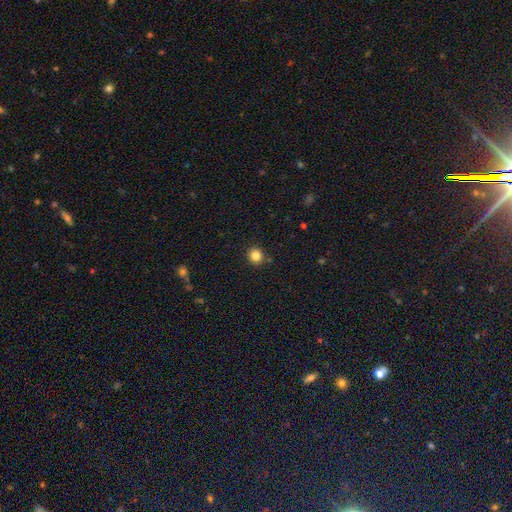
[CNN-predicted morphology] smooth-or-featured: smooth: 84% | star or artifact: 12% | featured or disk: 4%
  how-rounded: round: 89% | in between: 10% | cigar-shaped: 1%
  merging: none: 89% | minor disturbance: 7% | merger: 2% | major disturbance: 2%